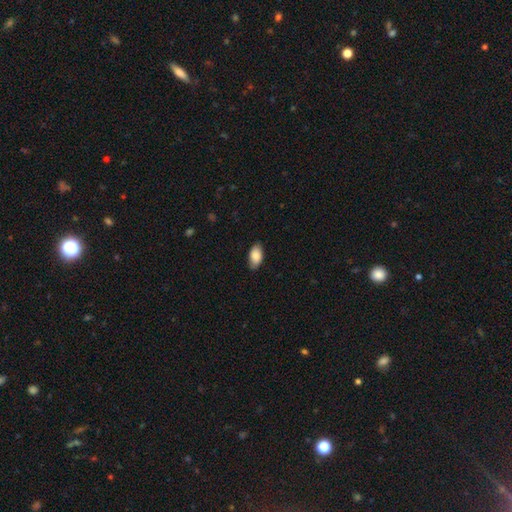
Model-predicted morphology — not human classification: The model was most divided on "merging": none: 85%, minor disturbance: 12%, major disturbance: 2%, merger: 1%. More confident: how rounded — in between (94%); smooth or featured — smooth (85%).